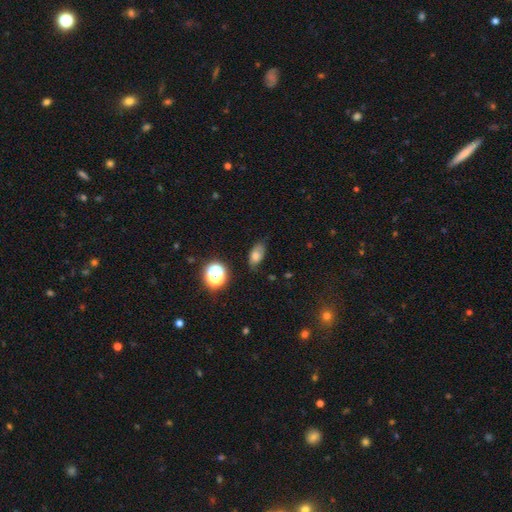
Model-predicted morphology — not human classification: Smooth or featured? Predicted: smooth (p=0.71). How rounded? Predicted: in between (p=0.86). Merging? Predicted: none (p=0.68).